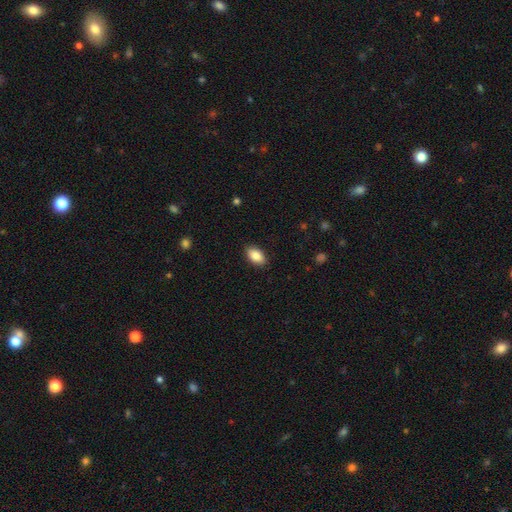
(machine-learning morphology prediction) Smooth or featured? Predicted: smooth (p=0.87). How rounded? Predicted: in between (p=0.92). Merging? Predicted: none (p=0.88).